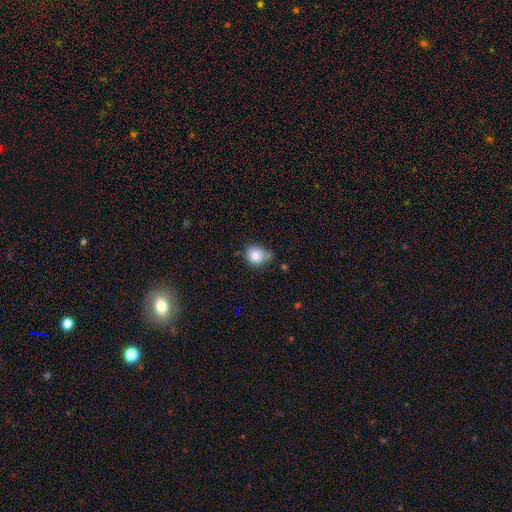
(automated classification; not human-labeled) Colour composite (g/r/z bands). It shows a smooth galaxy with no disk features (83%) that is round (79%). Merging: none (53%).